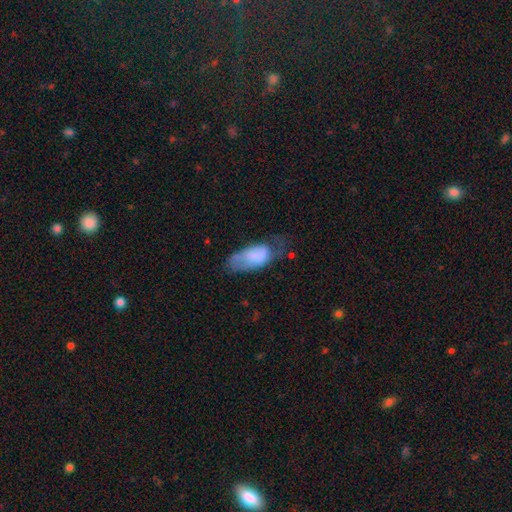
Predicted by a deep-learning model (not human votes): A smooth galaxy with no disk features (72%) that is in between round and cigar-shaped (90%).

Vote fractions:
- Smooth or featured? smooth: 72% / featured or disk: 21% / star or artifact: 8%
- How rounded? in between: 90% / cigar-shaped: 7% / round: 3%
- Merging? minor disturbance: 34% / major disturbance: 32% / none: 29% / merger: 4%